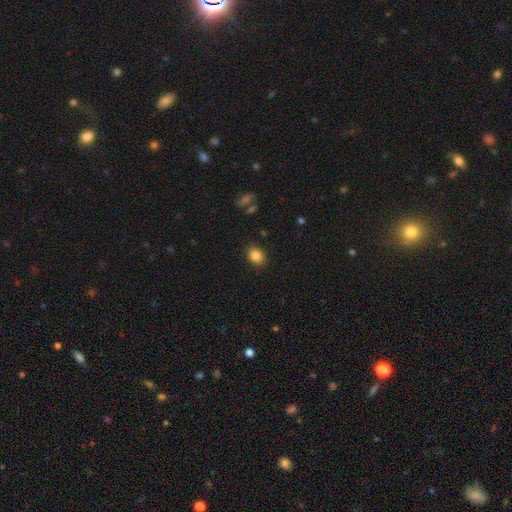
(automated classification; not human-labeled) Overall: smooth (85%). How rounded: in between (58%; round 41%). Merging: none (88%).